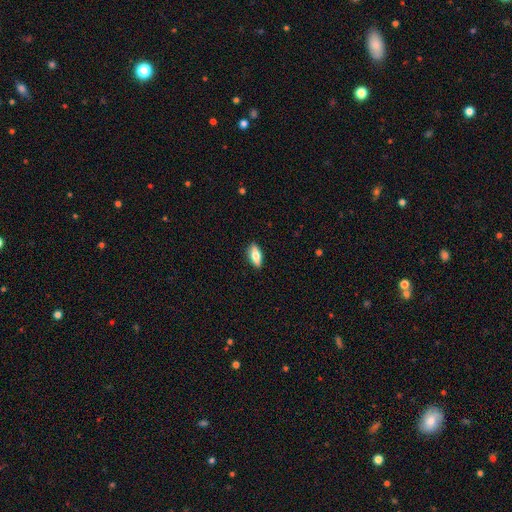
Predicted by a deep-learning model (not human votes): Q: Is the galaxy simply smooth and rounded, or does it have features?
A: smooth — 69%.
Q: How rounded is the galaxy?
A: in between — 74%.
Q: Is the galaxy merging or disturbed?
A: none — 88%.